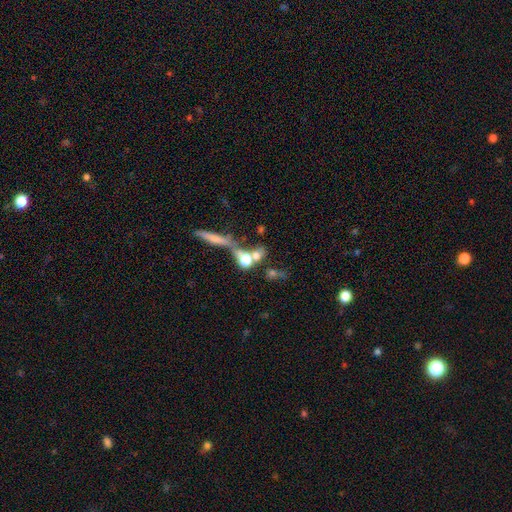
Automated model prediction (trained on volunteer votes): Smooth or featured?
  - smooth: 61% *
  - featured or disk: 22%
  - star or artifact: 17%
How rounded?
  - round: 48% *
  - in between: 36%
  - cigar-shaped: 16%
Merging?
  - merger: 43% *
  - none: 38%
  - minor disturbance: 10%
  - major disturbance: 9%